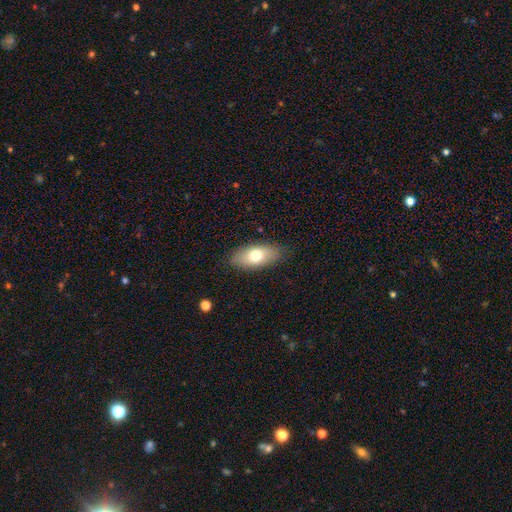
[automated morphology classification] smooth-or-featured: smooth: 71% | featured or disk: 22% | star or artifact: 7%
  how-rounded: in between: 86% | cigar-shaped: 10% | round: 4%
  merging: none: 85% | minor disturbance: 11% | major disturbance: 3% | merger: 1%